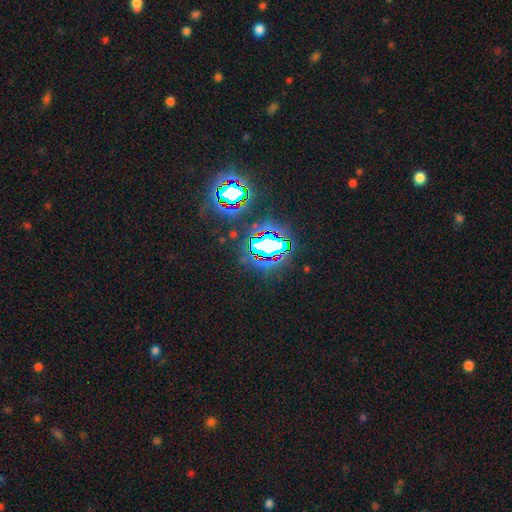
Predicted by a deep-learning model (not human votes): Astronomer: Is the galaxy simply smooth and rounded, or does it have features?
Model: star or artifact — 84%.